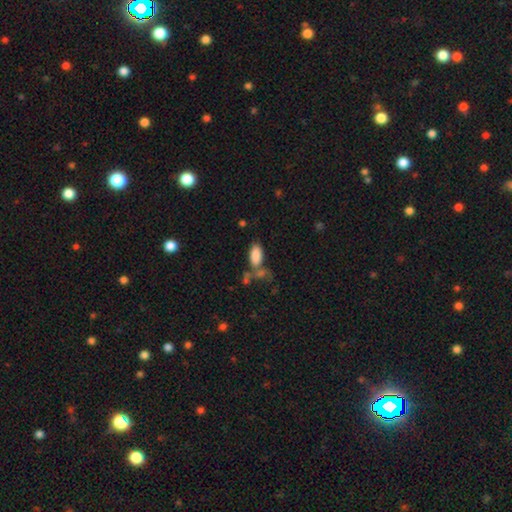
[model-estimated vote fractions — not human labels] Q: Smooth or featured?
A: smooth (85%); runner-up: star or artifact (8%)
Q: How rounded?
A: in between (93%); runner-up: cigar-shaped (5%)
Q: Merging?
A: none (47%); runner-up: merger (29%)